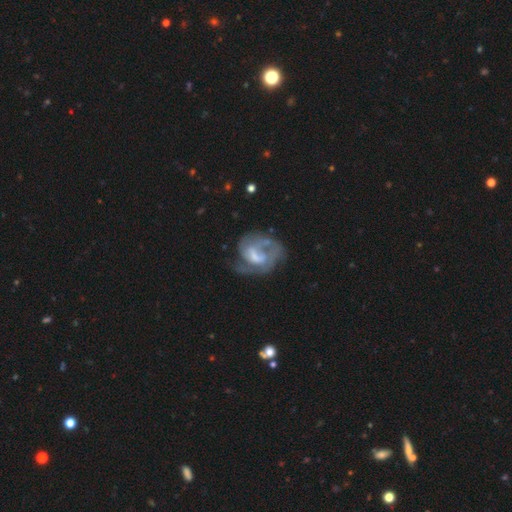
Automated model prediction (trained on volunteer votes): smooth-or-featured: featured or disk: 71% | smooth: 21% | star or artifact: 8%
  disk-edge-on: no: 98% | yes: 2%
    bar: weak: 44% | no: 38% | strong: 18%
    has-spiral-arms: yes: 72% | no: 28%
      spiral-winding: medium: 40% | tight: 35% | loose: 25%
      spiral-arm-count: 2: 34% | 1: 28% | can't tell: 26% | 3: 8% | 4: 2% | more than 4: 2%
    bulge-size: none: 34% | moderate: 30% | small: 22% | large: 13% | dominant: 2%
  merging: none: 38% | major disturbance: 36% | minor disturbance: 22% | merger: 5%